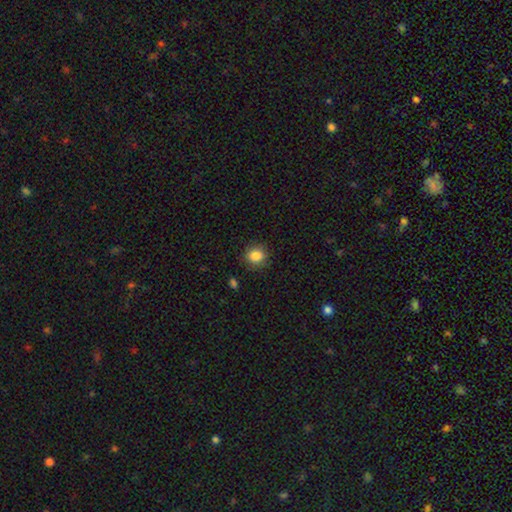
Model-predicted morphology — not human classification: Smooth or featured?
  - smooth: 85% *
  - star or artifact: 10%
  - featured or disk: 5%
How rounded?
  - round: 79% *
  - in between: 20%
  - cigar-shaped: 1%
Merging?
  - none: 87% *
  - minor disturbance: 9%
  - major disturbance: 2%
  - merger: 1%